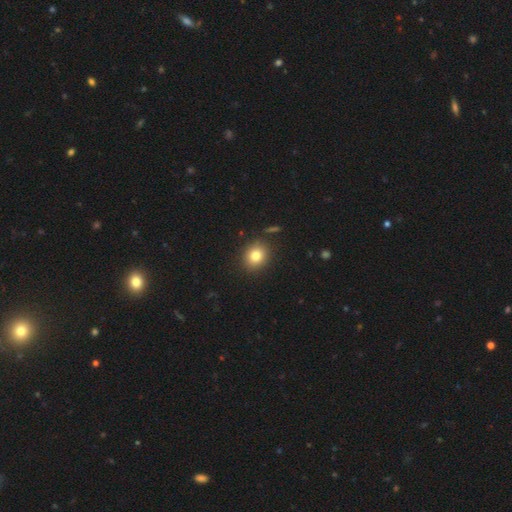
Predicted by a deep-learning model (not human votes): Q: Smooth or featured?
A: smooth (81%); runner-up: star or artifact (11%)
Q: How rounded?
A: round (66%); runner-up: in between (33%)
Q: Merging?
A: none (88%); runner-up: minor disturbance (8%)